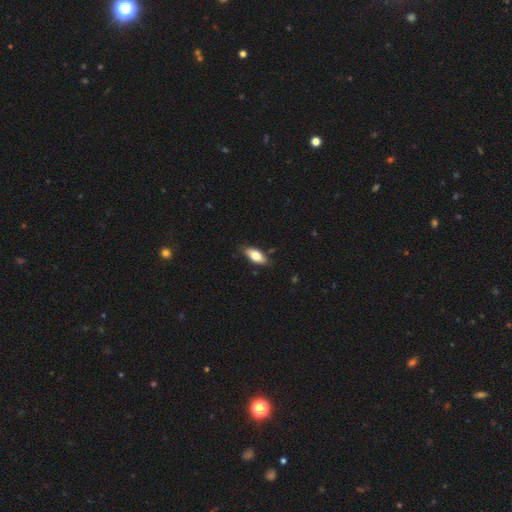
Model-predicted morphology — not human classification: This appears to be a smooth galaxy with no disk features (75%) that is in between round and cigar-shaped (84%). Merging: none (82%).